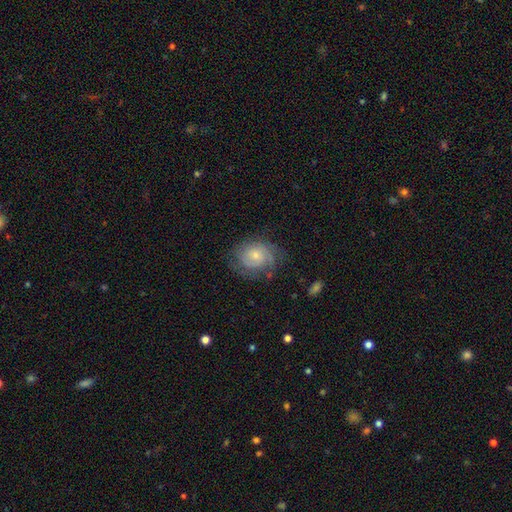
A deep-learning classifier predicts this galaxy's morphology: Q: Smooth or featured?
A: featured or disk (58%); runner-up: smooth (35%)
Q: Edge-on disk?
A: no (97%); runner-up: yes (3%)
Q: Bar?
A: no (75%); runner-up: weak (22%)
Q: Spiral arms?
A: yes (83%); runner-up: no (17%)
Q: Bulge size?
A: small (55%); runner-up: moderate (37%)
Q: Merging?
A: none (65%); runner-up: minor disturbance (22%)